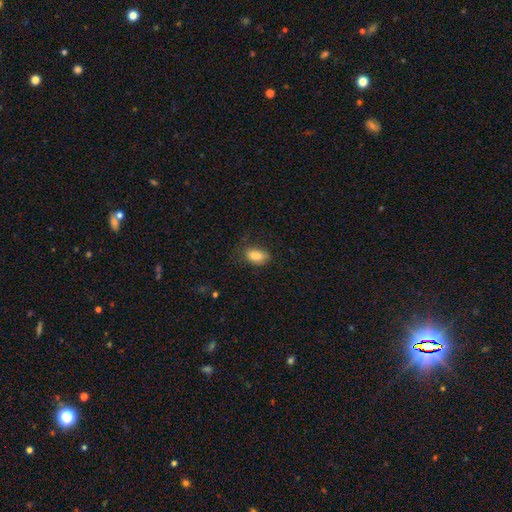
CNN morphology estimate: Smooth or featured?
  - smooth: 86% *
  - star or artifact: 8%
  - featured or disk: 6%
How rounded?
  - in between: 89% *
  - round: 9%
  - cigar-shaped: 2%
Merging?
  - none: 69% *
  - minor disturbance: 22%
  - major disturbance: 7%
  - merger: 1%